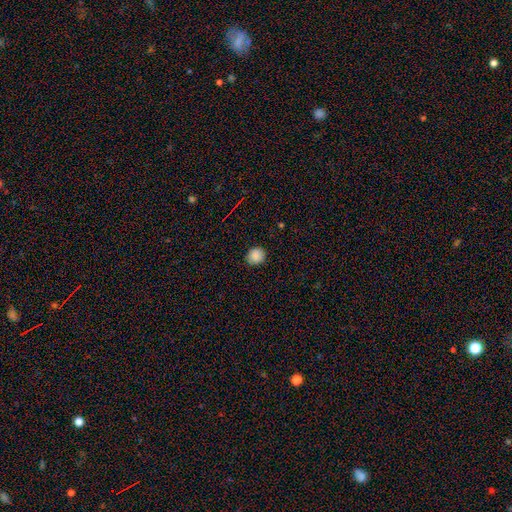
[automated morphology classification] Smooth or featured?
  - smooth: 86% *
  - star or artifact: 11%
  - featured or disk: 4%
How rounded?
  - round: 86% *
  - in between: 13%
  - cigar-shaped: 1%
Merging?
  - none: 86% *
  - minor disturbance: 11%
  - major disturbance: 2%
  - merger: 1%